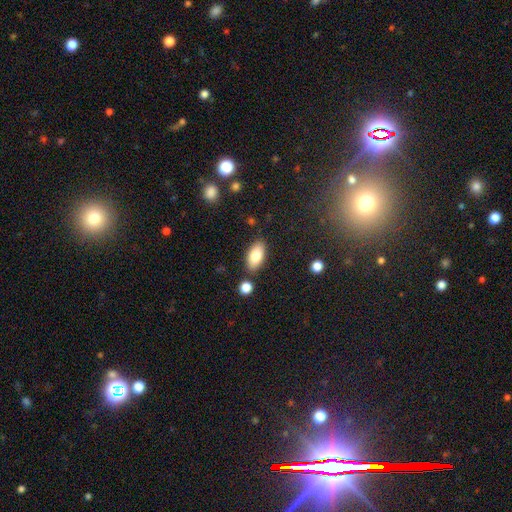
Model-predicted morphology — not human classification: This is clearly a smooth galaxy (83%). How rounded: clearly in between (92%). Merging: clearly none (84%).